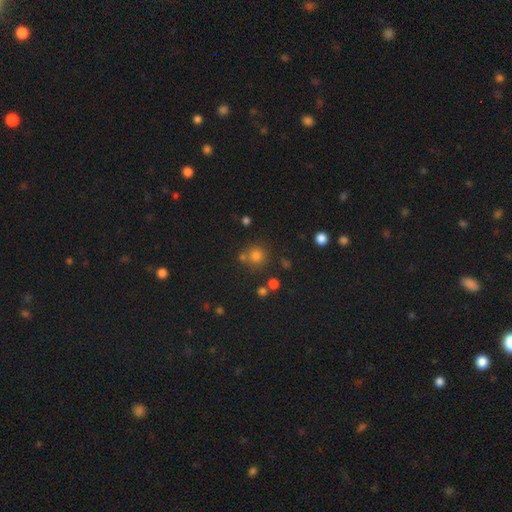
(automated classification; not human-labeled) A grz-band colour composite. It shows a smooth galaxy with no disk features (72%) that is round (91%). Merging: none (71%).